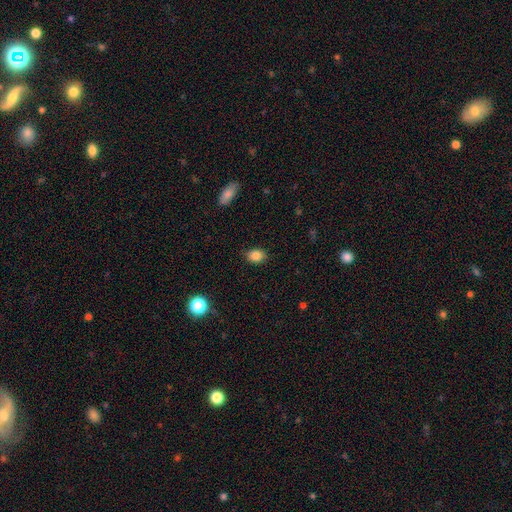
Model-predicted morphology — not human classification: This is clearly a smooth galaxy (84%). How rounded: likely in between (69%). Merging: clearly none (87%).